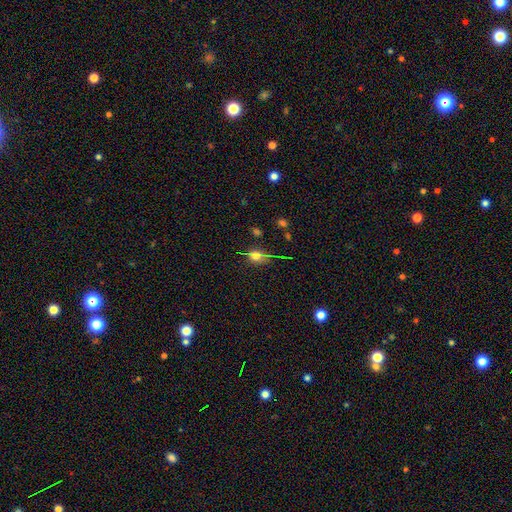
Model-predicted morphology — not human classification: smooth 62%, star or artifact 24%, featured or disk 13%. Down the decision tree: how rounded — in between (54%); merging — none (59%).